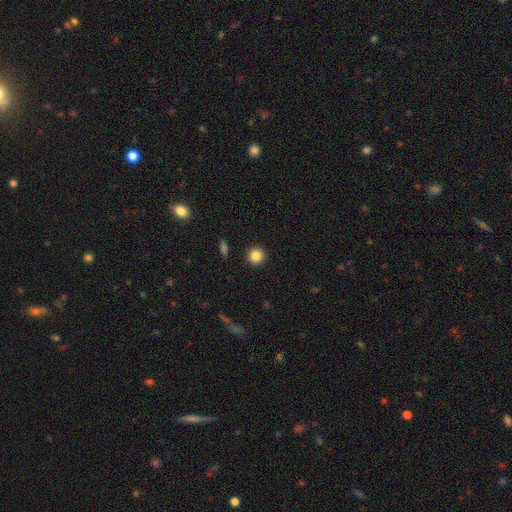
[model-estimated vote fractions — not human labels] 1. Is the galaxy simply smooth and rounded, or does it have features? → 85% smooth, 11% star or artifact, 5% featured or disk.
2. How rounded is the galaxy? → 94% round, 5% in between, 1% cigar-shaped.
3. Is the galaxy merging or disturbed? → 92% none, 5% minor disturbance, 2% major disturbance, 1% merger.